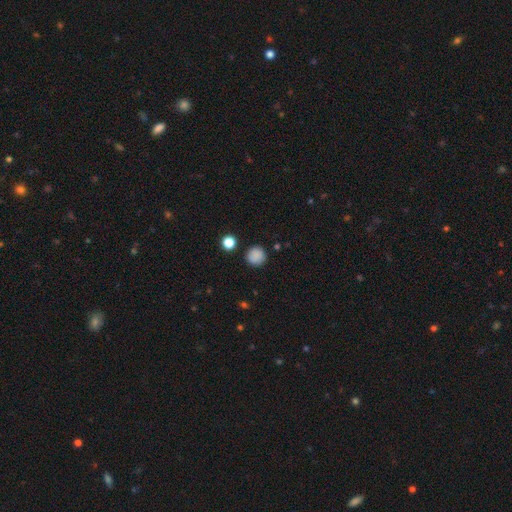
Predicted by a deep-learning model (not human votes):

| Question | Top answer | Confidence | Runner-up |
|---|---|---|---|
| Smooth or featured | smooth | 87% | star or artifact (10%) |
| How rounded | round | 94% | in between (5%) |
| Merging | none | 89% | minor disturbance (7%) |